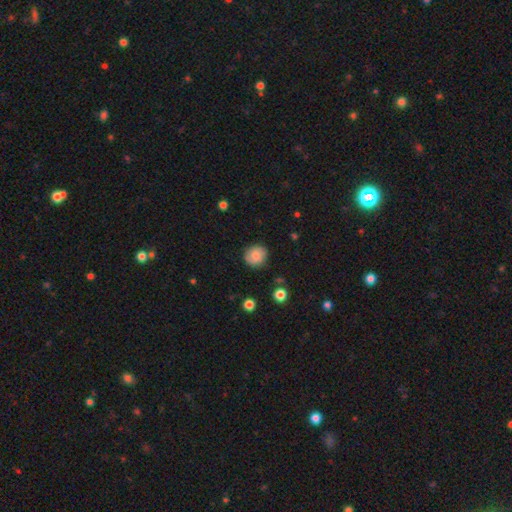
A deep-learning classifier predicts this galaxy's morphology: This appears to be a smooth galaxy with no disk features (80%) that is round (87%). Merging: none (84%).